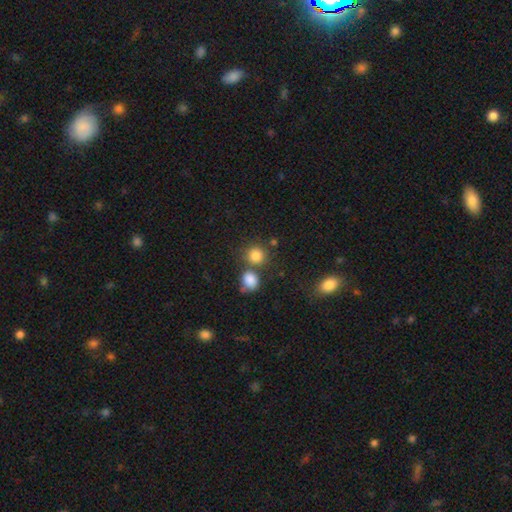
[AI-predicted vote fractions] Smooth or featured? smooth (82%)
How rounded? round (87%)
Merging? none (62%)